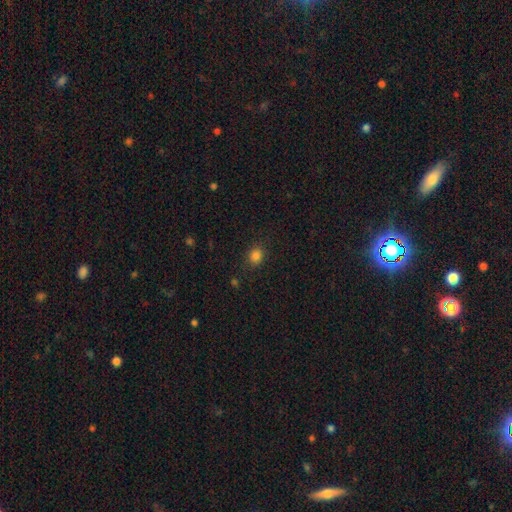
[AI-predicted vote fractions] This appears to be a smooth galaxy with no disk features (83%) that is round (72%). Merging: none (87%).